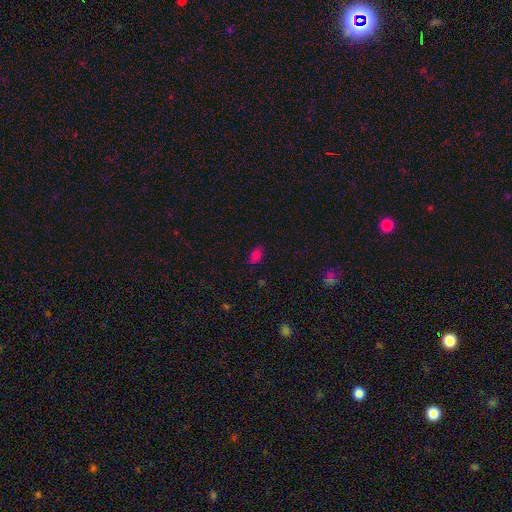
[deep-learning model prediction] smooth 77%, star or artifact 18%, featured or disk 5%. Down the decision tree: how rounded — in between (89%); merging — none (79%).